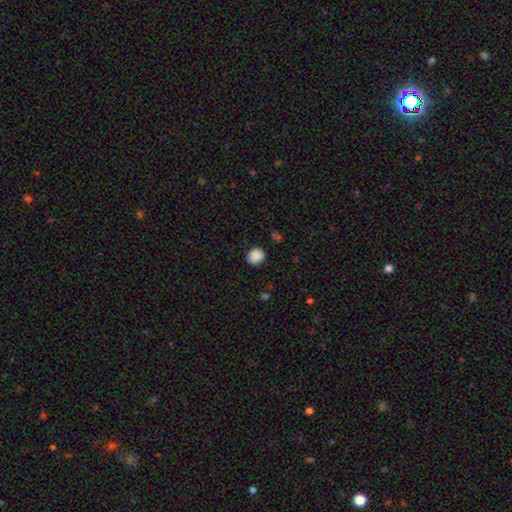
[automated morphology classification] Smooth or featured? Predicted: smooth (p=0.88). How rounded? Predicted: round (p=0.79). Merging? Predicted: none (p=0.84).